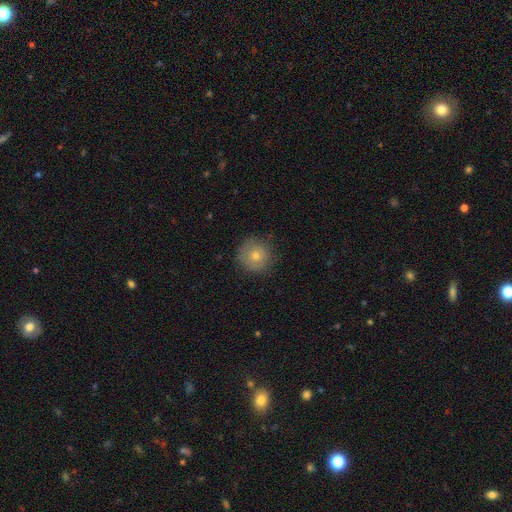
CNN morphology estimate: type=smooth (70%); roundness=round (95%); merging=none (85%).